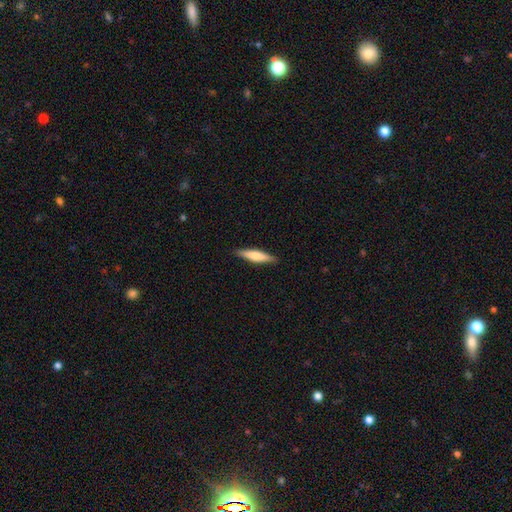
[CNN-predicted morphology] A smooth galaxy with no disk features (65%) that is cigar-shaped (83%). Merging: none (90%).